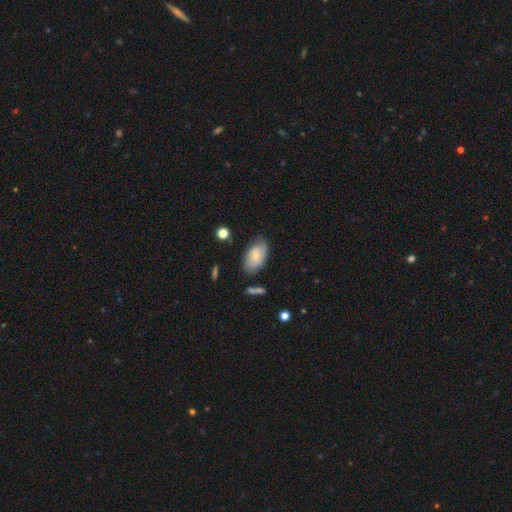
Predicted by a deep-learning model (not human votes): Smooth or featured? Predicted: smooth (p=0.64). How rounded? Predicted: in between (p=0.93). Merging? Predicted: none (p=0.66).